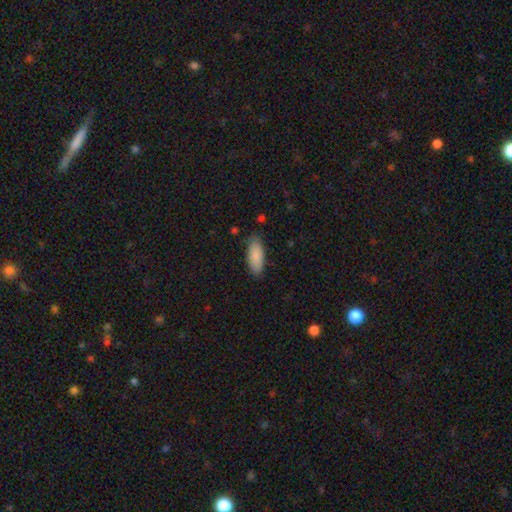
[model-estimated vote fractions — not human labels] Morphology: type=smooth (89%); roundness=in between (78%); merging=none (84%).